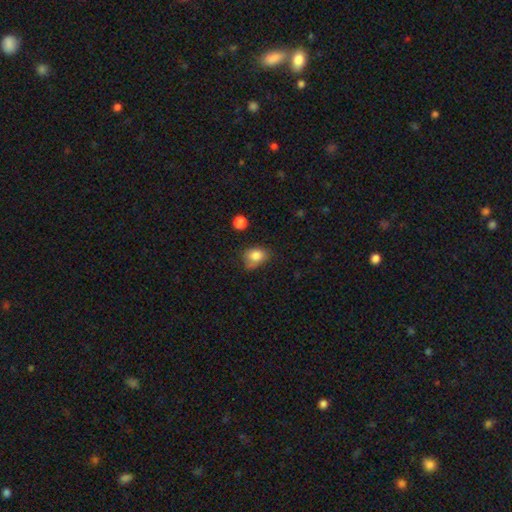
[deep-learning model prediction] Smooth or featured? smooth (82%)
How rounded? in between (61%)
Merging? none (51%)